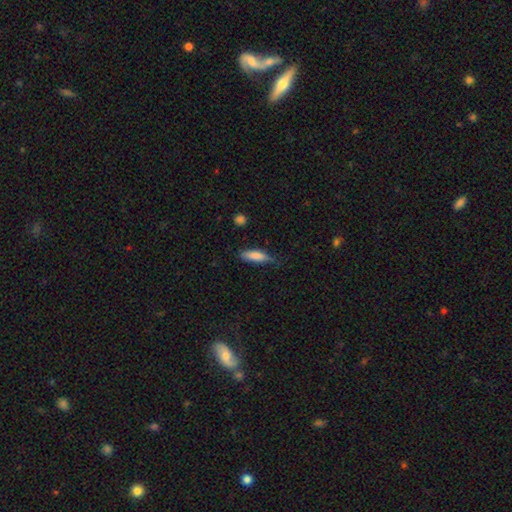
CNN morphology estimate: A smooth galaxy with no disk features (81%) that is cigar-shaped (60%).

Vote fractions:
- Smooth or featured? smooth: 81% / featured or disk: 13% / star or artifact: 6%
- How rounded? cigar-shaped: 60% / in between: 38% / round: 2%
- Merging? none: 69% / minor disturbance: 25% / major disturbance: 4% / merger: 2%